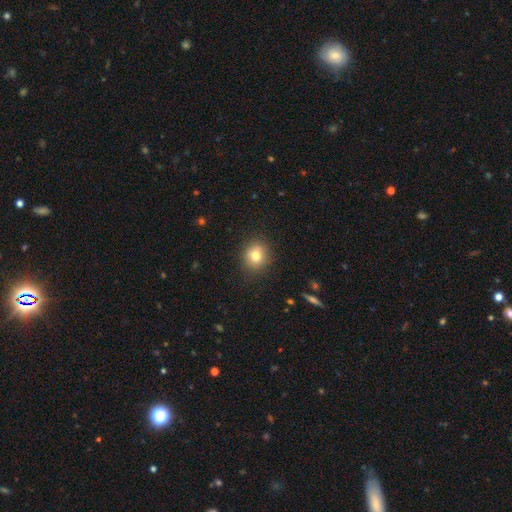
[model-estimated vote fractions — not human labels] A smooth galaxy with no disk features (78%) that is round (78%).

Vote fractions:
- Smooth or featured? smooth: 78% / star or artifact: 12% / featured or disk: 11%
- How rounded? round: 78% / in between: 21% / cigar-shaped: 1%
- Merging? none: 88% / minor disturbance: 9% / major disturbance: 2% / merger: 1%